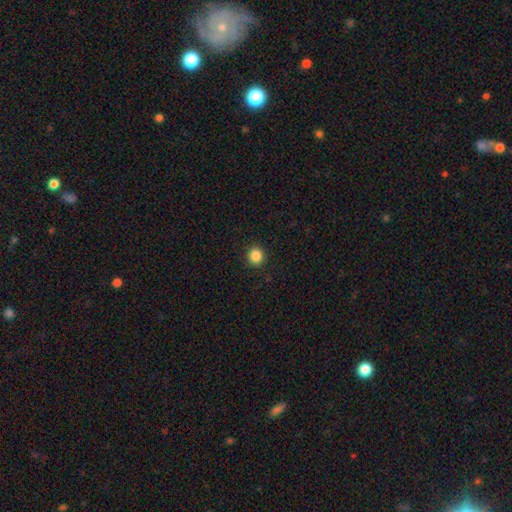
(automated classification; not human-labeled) A smooth galaxy with no disk features (87%) that is round (89%). Merging: none (92%).